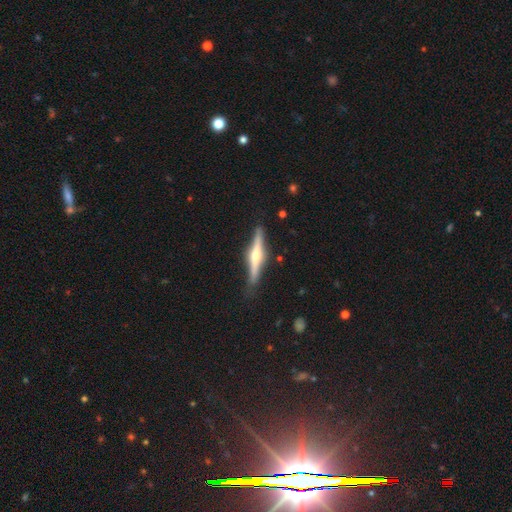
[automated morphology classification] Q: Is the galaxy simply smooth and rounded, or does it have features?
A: featured or disk — 72%.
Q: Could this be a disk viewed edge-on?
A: yes — 98%.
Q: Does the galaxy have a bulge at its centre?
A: rounded — 86%.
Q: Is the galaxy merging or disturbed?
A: none — 86%.